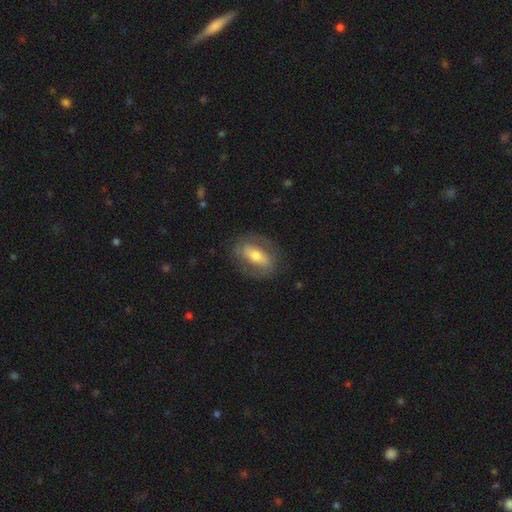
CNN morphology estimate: Smooth or featured?
  - featured or disk: 55% *
  - smooth: 39%
  - star or artifact: 6%
Edge-on disk?
  - no: 85% *
  - yes: 15%
Merging?
  - none: 77% *
  - minor disturbance: 14%
  - major disturbance: 8%
  - merger: 1%